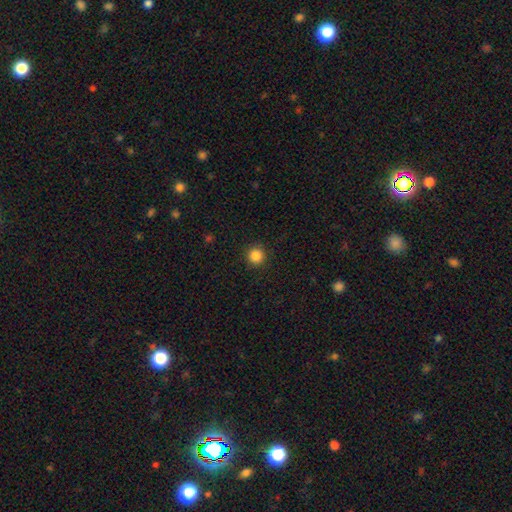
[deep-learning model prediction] This is clearly a smooth galaxy (85%). How rounded: clearly round (95%). Merging: clearly none (92%).